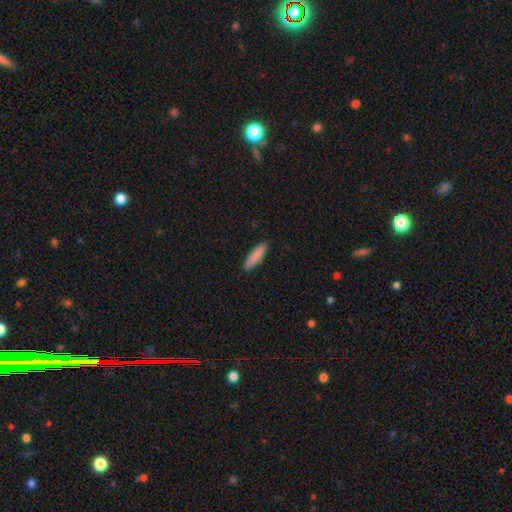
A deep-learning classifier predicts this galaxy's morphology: Overall: smooth (88%). How rounded: cigar-shaped (59%; in between 39%). Merging: none (88%).